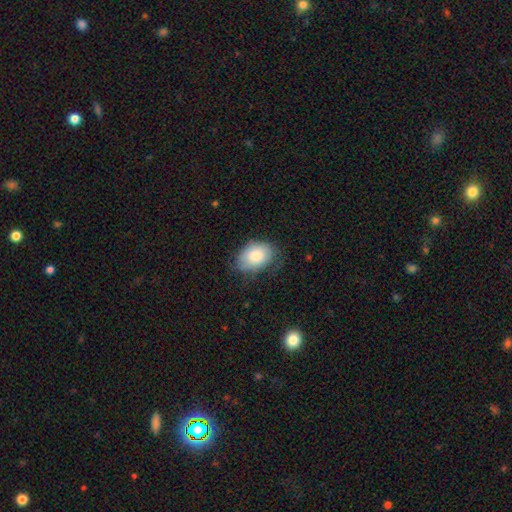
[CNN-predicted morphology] This is clearly a smooth galaxy (81%). How rounded: clearly in between (81%). Merging: likely none (64%).